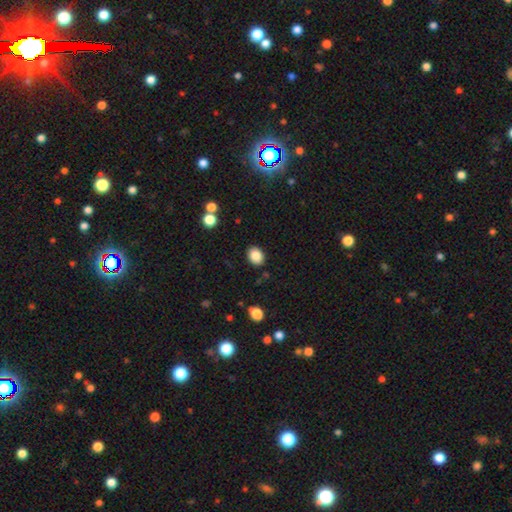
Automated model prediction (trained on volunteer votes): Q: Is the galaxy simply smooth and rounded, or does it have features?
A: smooth — 86%.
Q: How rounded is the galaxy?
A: in between — 60%.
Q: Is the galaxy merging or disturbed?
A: none — 88%.